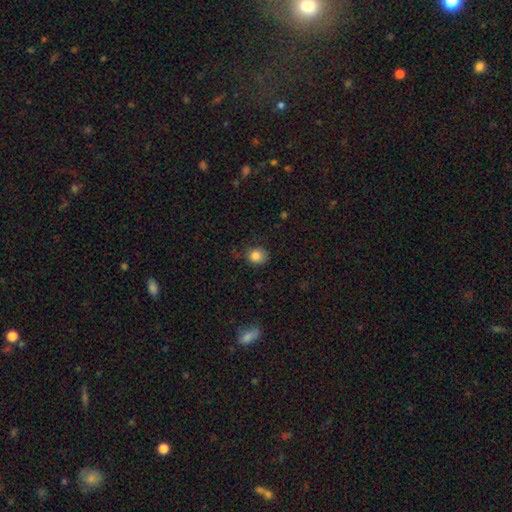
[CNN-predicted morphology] The model was most divided on "how rounded": round: 74%, in between: 25%, cigar-shaped: 1%. More confident: smooth or featured — smooth (84%); merging — none (72%).